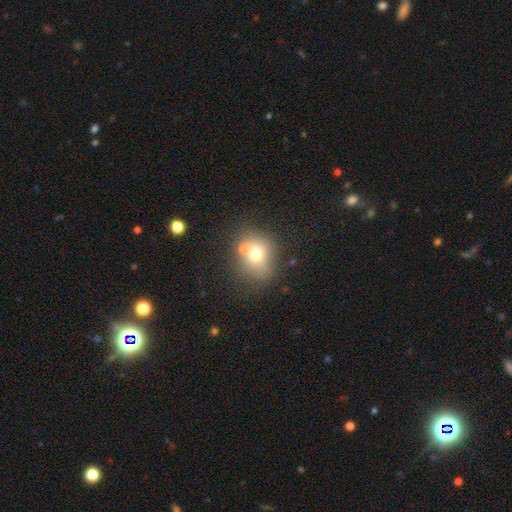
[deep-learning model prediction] Q: Smooth or featured?
A: smooth (69%); runner-up: featured or disk (18%)
Q: How rounded?
A: round (66%); runner-up: in between (33%)
Q: Merging?
A: none (53%); runner-up: merger (27%)